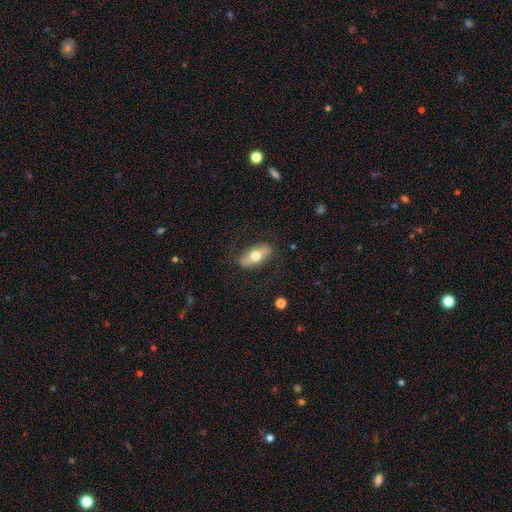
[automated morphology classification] Smooth or featured: smooth — 54% (featured or disk — 40%)
How rounded: in between — 81% (cigar-shaped — 14%)
Merging: none — 80% (minor disturbance — 13%)